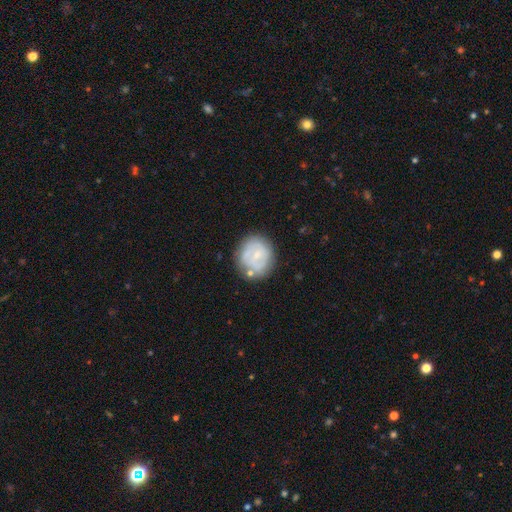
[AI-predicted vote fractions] Morphology: type=featured or disk (51%); edge-on=no (97%); merging=none (67%).